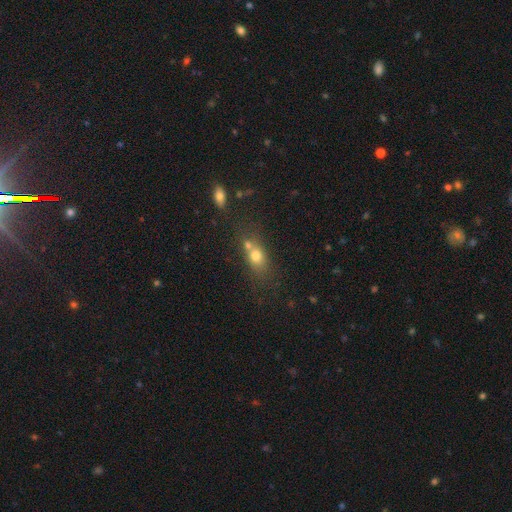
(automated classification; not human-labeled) Smooth or featured? Predicted: smooth (p=0.70). How rounded? Predicted: in between (p=0.57). Merging? Predicted: merger (p=0.43).